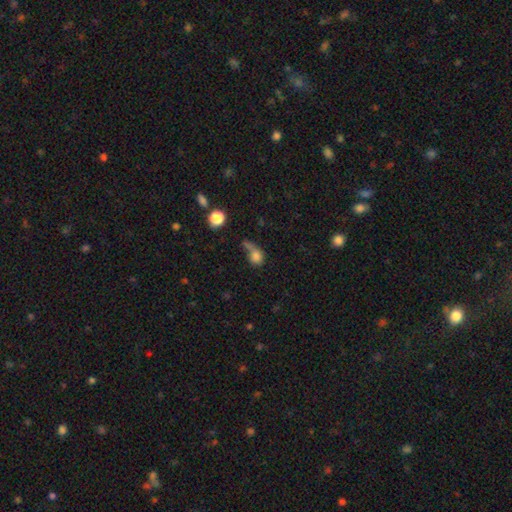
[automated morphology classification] The model was most divided on "merging": none: 32%, merger: 25%, major disturbance: 24%, minor disturbance: 19%. More confident: smooth or featured — smooth (74%); how rounded — round (61%).